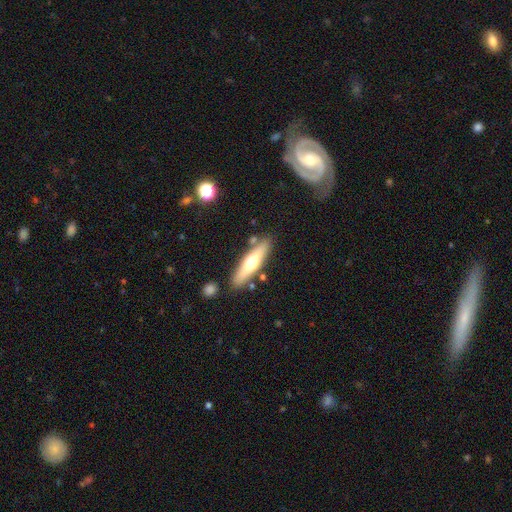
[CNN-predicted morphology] Smooth or featured: featured or disk — 71% (smooth — 22%)
Edge-on disk: yes — 76% (no — 24%)
Edge-on bulge: rounded — 87% (none — 8%)
Merging: none — 76% (minor disturbance — 16%)